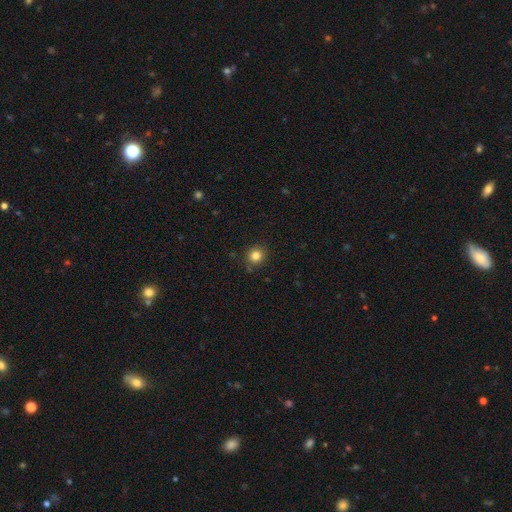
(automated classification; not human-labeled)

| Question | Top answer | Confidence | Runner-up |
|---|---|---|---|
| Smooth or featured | smooth | 83% | star or artifact (12%) |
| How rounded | round | 89% | in between (10%) |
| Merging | none | 88% | minor disturbance (8%) |